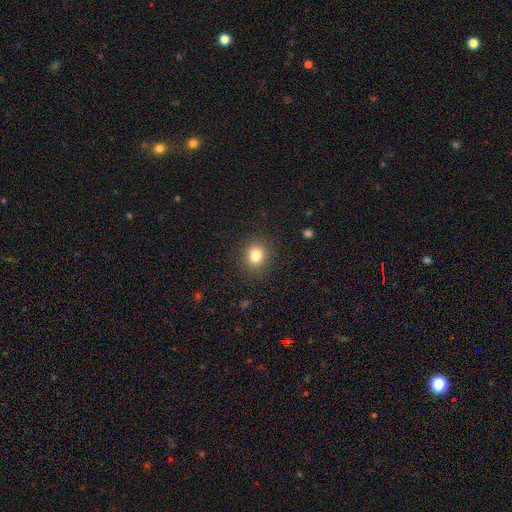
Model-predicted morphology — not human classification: This appears to be a smooth galaxy with no disk features (83%) that is round (76%). Merging: none (88%).